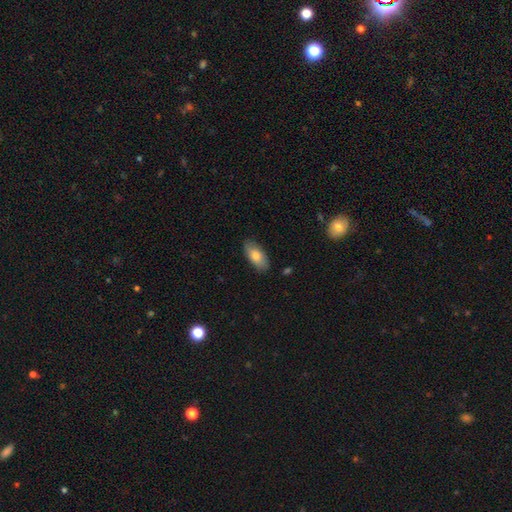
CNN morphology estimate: Smooth or featured: smooth — 78% (featured or disk — 16%)
How rounded: in between — 90% (cigar-shaped — 7%)
Merging: none — 85% (minor disturbance — 12%)